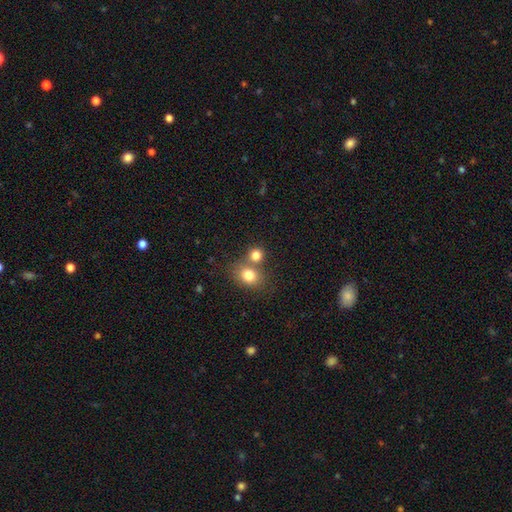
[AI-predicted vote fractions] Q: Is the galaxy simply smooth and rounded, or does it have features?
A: smooth — 80%.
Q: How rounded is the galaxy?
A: round — 74%.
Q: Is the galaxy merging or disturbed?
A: none — 49%.